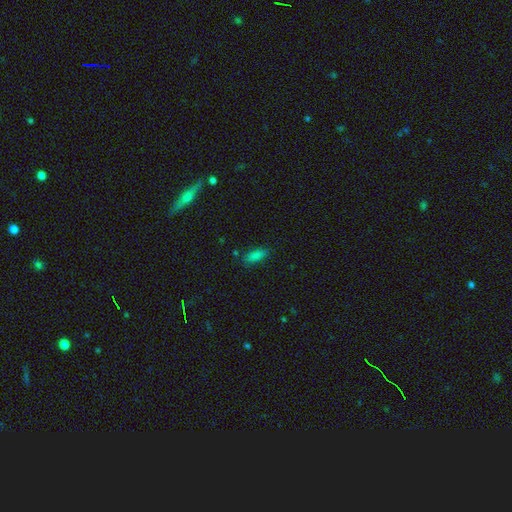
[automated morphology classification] smooth 83%, star or artifact 11%, featured or disk 6%. Down the decision tree: how rounded — in between (69%); merging — none (82%).